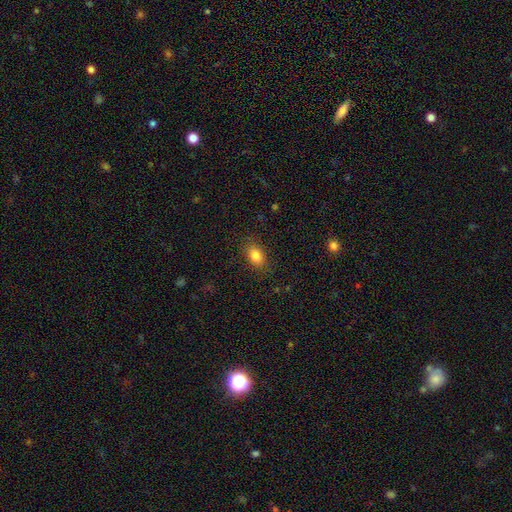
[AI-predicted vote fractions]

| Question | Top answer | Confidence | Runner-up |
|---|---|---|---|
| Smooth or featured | smooth | 83% | star or artifact (9%) |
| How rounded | in between | 83% | round (15%) |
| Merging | none | 85% | minor disturbance (11%) |